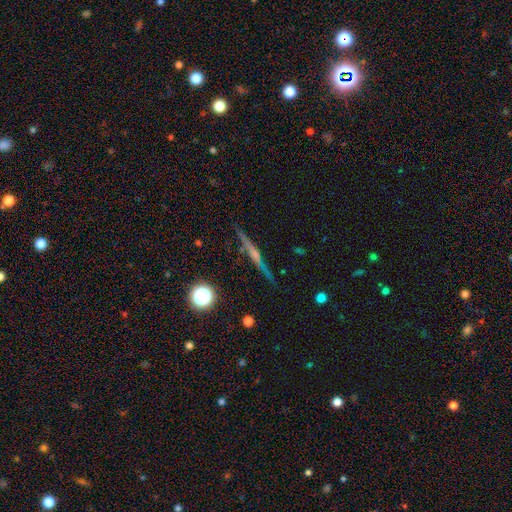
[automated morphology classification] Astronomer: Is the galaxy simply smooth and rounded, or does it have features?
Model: featured or disk — 73%.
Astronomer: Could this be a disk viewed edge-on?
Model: yes — 97%.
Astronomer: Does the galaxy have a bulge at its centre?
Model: rounded — 59%.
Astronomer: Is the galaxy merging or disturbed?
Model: none — 90%.